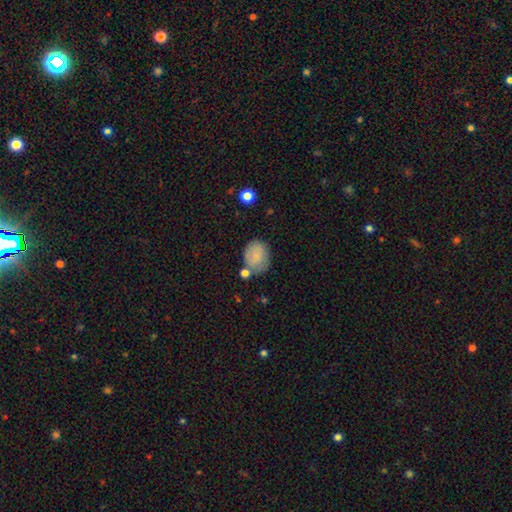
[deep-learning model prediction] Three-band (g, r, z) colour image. It shows a smooth galaxy with no disk features (75%) that is in between round and cigar-shaped (51%). Merging: none (59%).